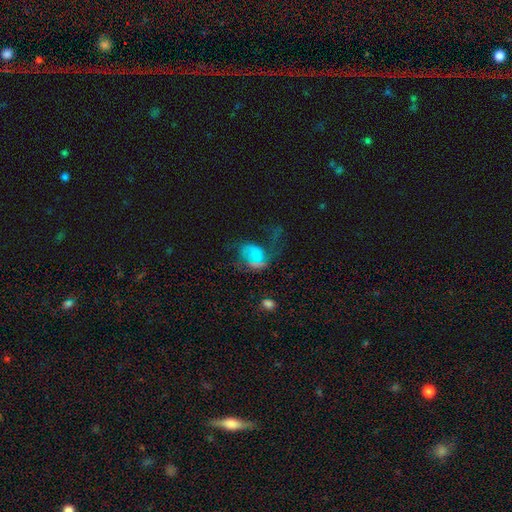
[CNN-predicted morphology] smooth_or_featured: featured or disk (p=0.51) [alt: smooth p=0.34]
disk_edge_on: no (p=0.97) [alt: yes p=0.03]
merging: major disturbance (p=0.43) [alt: none p=0.27]